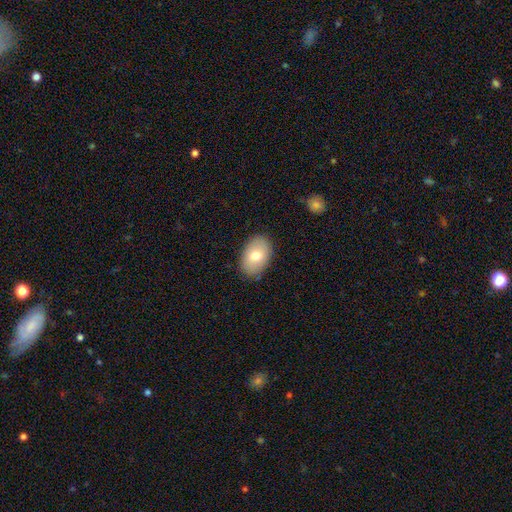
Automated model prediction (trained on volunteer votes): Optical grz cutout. It shows a smooth galaxy with no disk features (76%) that is in between round and cigar-shaped (89%). Merging: none (87%).